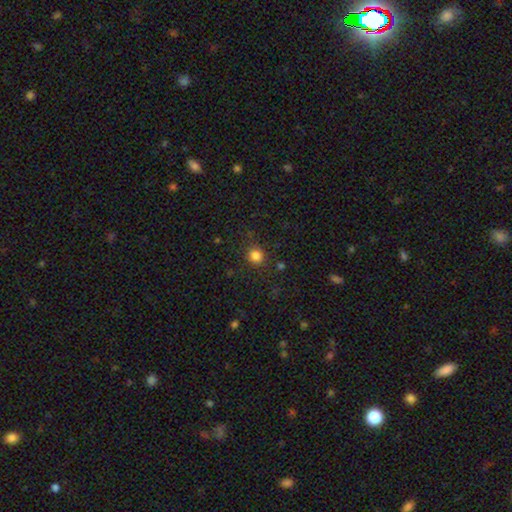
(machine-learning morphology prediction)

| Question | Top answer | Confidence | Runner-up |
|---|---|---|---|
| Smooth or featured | smooth | 83% | star or artifact (13%) |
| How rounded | round | 88% | in between (11%) |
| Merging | none | 87% | minor disturbance (9%) |